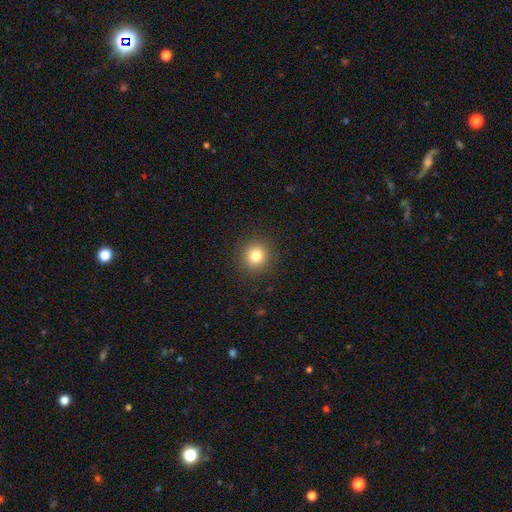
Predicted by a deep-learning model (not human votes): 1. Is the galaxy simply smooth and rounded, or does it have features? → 81% smooth, 13% star or artifact, 7% featured or disk.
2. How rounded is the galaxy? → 93% round, 6% in between, 1% cigar-shaped.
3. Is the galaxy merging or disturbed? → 91% none, 5% minor disturbance, 2% major disturbance, 1% merger.